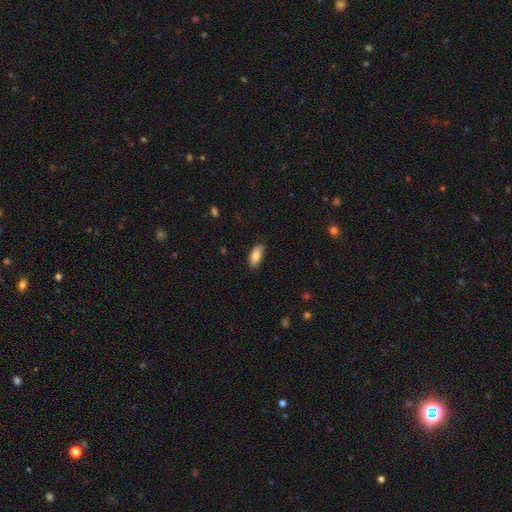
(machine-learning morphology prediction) A smooth galaxy with no disk features (82%) that is in between round and cigar-shaped (81%).

Vote fractions:
- Smooth or featured? smooth: 82% / featured or disk: 11% / star or artifact: 7%
- How rounded? in between: 81% / cigar-shaped: 16% / round: 2%
- Merging? none: 78% / minor disturbance: 18% / major disturbance: 3% / merger: 1%